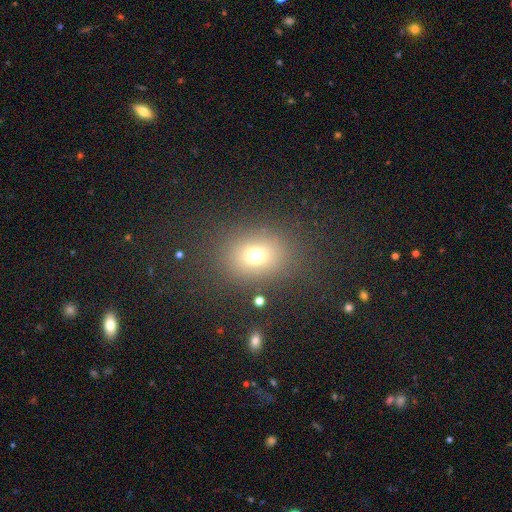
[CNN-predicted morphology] The model was most divided on "how rounded": round: 53%, in between: 46%, cigar-shaped: 1%. More confident: merging — none (82%); smooth or featured — smooth (71%).